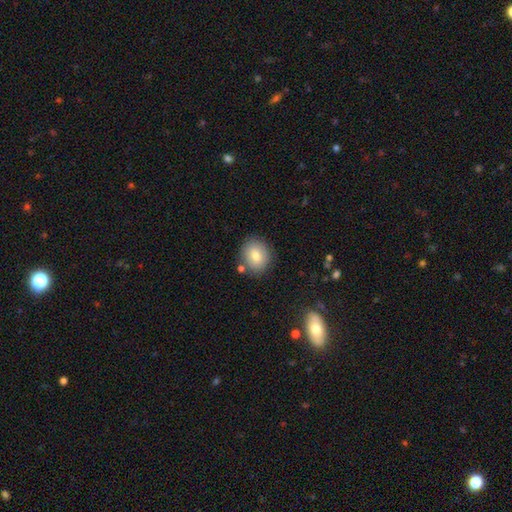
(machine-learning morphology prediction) A smooth galaxy with no disk features (78%) that is round (71%).

Vote fractions:
- Smooth or featured? smooth: 78% / featured or disk: 13% / star or artifact: 9%
- How rounded? round: 71% / in between: 28% / cigar-shaped: 1%
- Merging? none: 80% / minor disturbance: 11% / merger: 6% / major disturbance: 3%